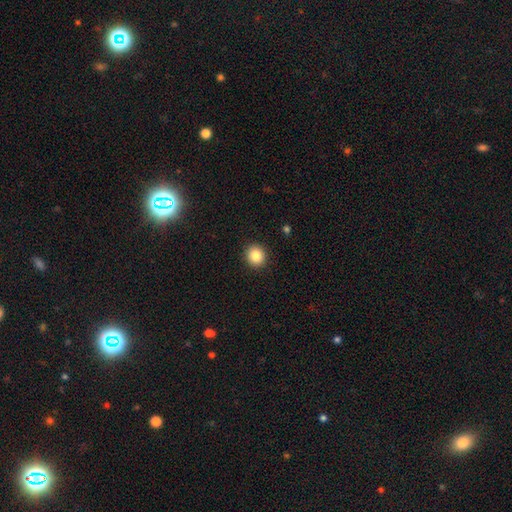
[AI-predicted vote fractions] Morphology: type=smooth (86%); roundness=round (86%); merging=none (91%).